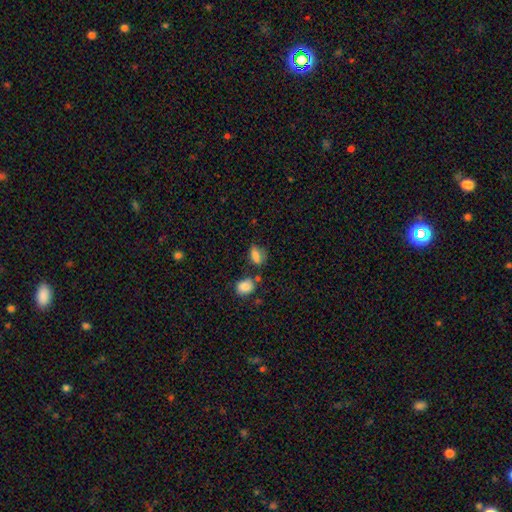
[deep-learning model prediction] The model was most divided on "merging": none: 54%, minor disturbance: 24%, merger: 13%, major disturbance: 9%. More confident: smooth or featured — smooth (80%); how rounded — in between (78%).